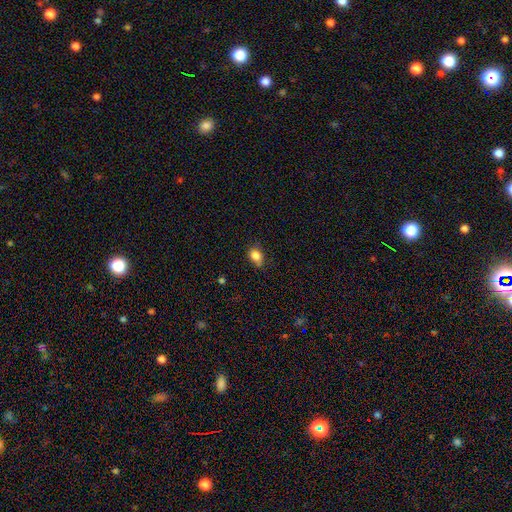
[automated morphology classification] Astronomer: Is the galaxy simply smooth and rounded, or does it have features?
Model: smooth — 84%.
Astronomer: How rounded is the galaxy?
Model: in between — 55% (runner-up: round, 43%).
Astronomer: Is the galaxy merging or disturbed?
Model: none — 64%.